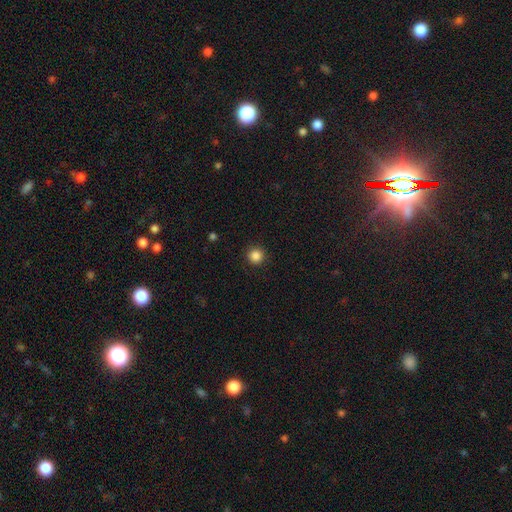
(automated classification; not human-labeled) A smooth galaxy with no disk features (86%) that is round (96%).

Vote fractions:
- Smooth or featured? smooth: 86% / star or artifact: 11% / featured or disk: 3%
- How rounded? round: 96% / in between: 3% / cigar-shaped: 1%
- Merging? none: 92% / minor disturbance: 5% / major disturbance: 2% / merger: 1%